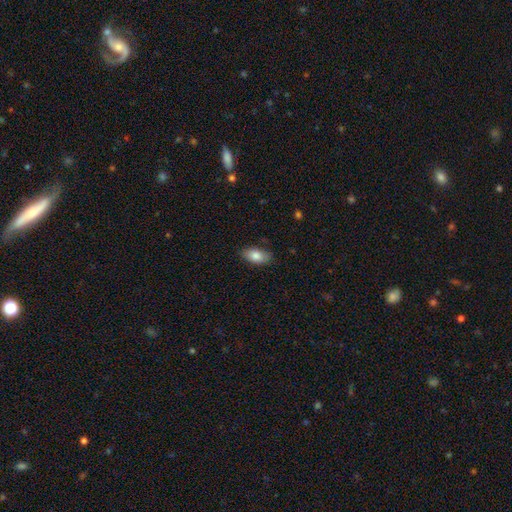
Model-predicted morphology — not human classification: Smooth or featured? Predicted: smooth (p=0.84). How rounded? Predicted: in between (p=0.92). Merging? Predicted: none (p=0.83).